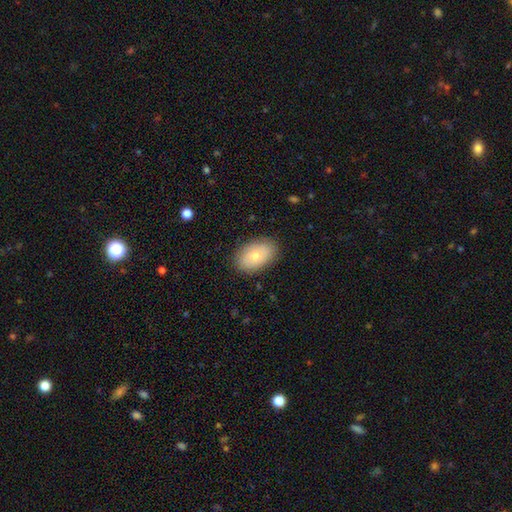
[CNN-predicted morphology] This is likely a smooth galaxy (72%). How rounded: clearly in between (89%). Merging: clearly none (84%).